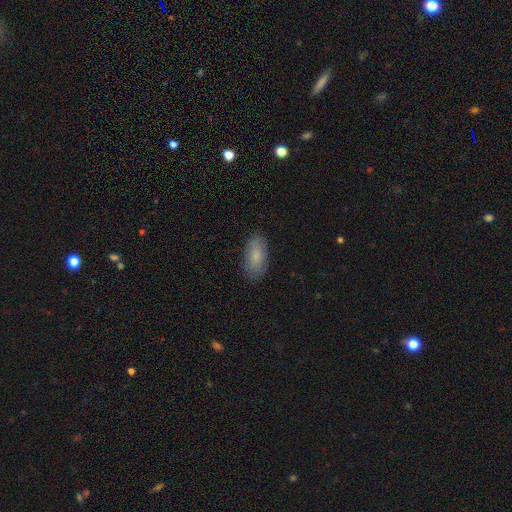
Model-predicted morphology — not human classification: Smooth or featured: smooth — 83% (featured or disk — 11%)
How rounded: in between — 89% (cigar-shaped — 8%)
Merging: none — 83% (minor disturbance — 13%)